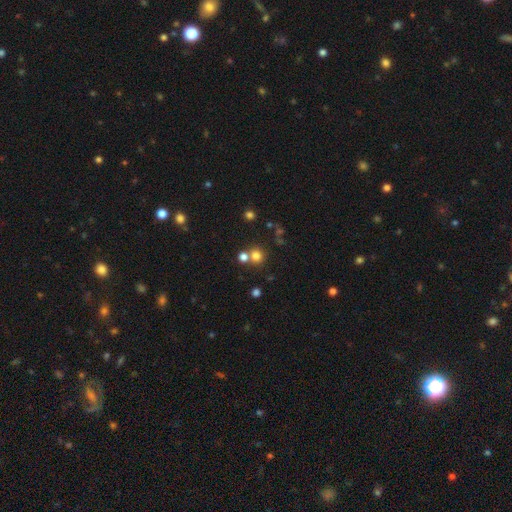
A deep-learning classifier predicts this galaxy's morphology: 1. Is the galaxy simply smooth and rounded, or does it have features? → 75% smooth, 17% star or artifact, 8% featured or disk.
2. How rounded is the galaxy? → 89% round, 10% in between, 1% cigar-shaped.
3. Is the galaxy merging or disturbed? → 61% none, 28% merger, 7% minor disturbance, 3% major disturbance.